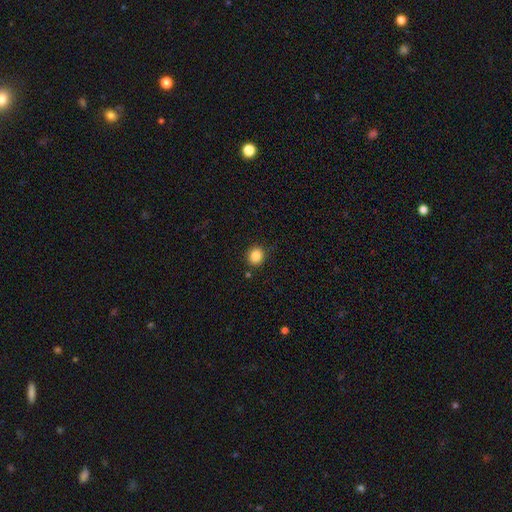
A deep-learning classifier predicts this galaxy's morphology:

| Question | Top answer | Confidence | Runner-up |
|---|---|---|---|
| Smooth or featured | smooth | 86% | star or artifact (10%) |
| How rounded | round | 83% | in between (16%) |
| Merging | none | 87% | minor disturbance (8%) |